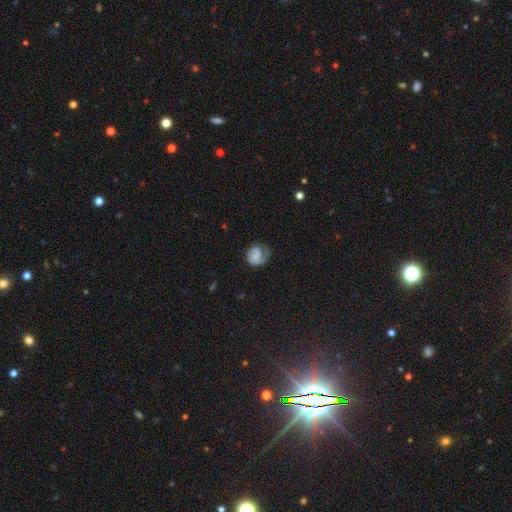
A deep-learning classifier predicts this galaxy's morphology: A featured or disk galaxy (54%) with no bar (58%), spiral arms (89%) and no central bulge (39%).

Vote fractions:
- Smooth or featured? featured or disk: 54% / smooth: 39% / star or artifact: 8%
- Edge-on disk? no: 98% / yes: 2%
- Bar? no: 58% / weak: 35% / strong: 7%
- Spiral arms? yes: 89% / no: 11%
- Bulge size? none: 39% / small: 38% / moderate: 17% / large: 4% / dominant: 2%
- Merging? none: 53% / minor disturbance: 25% / major disturbance: 21% / merger: 2%